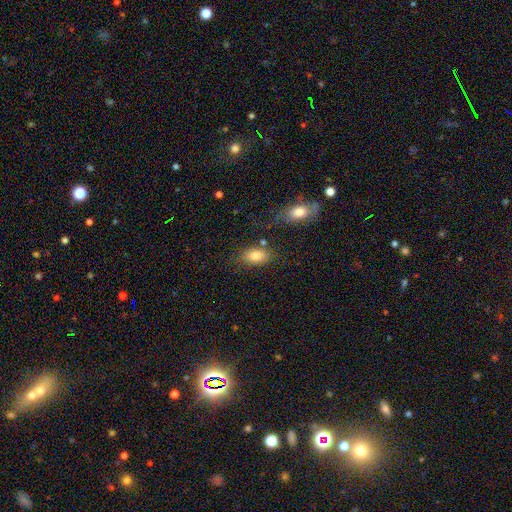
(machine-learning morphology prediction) Smooth or featured? smooth (82%)
How rounded? in between (89%)
Merging? none (72%)